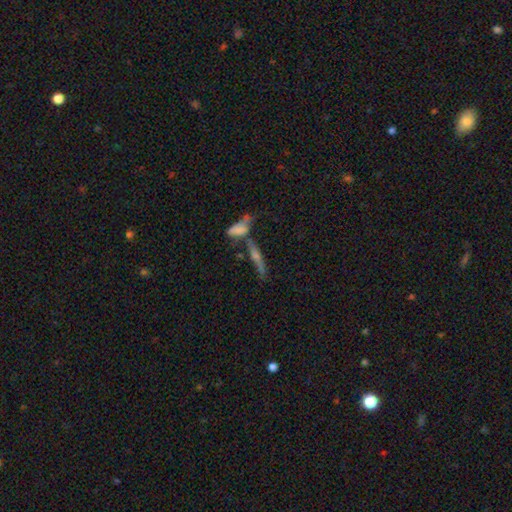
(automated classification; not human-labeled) Smooth or featured?
  - featured or disk: 61% *
  - smooth: 26%
  - star or artifact: 13%
Edge-on disk?
  - yes: 85% *
  - no: 15%
Edge-on bulge?
  - rounded: 78% *
  - none: 14%
  - boxy: 8%
Merging?
  - none: 50% *
  - merger: 31%
  - minor disturbance: 12%
  - major disturbance: 7%